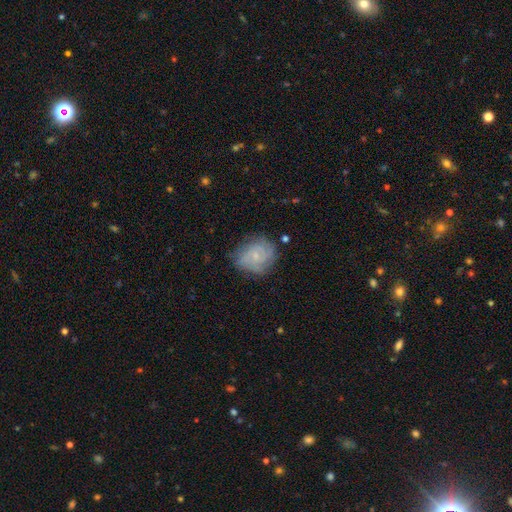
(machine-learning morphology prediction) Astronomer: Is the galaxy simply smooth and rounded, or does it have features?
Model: featured or disk — 59%.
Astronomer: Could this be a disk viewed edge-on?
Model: no — 98%.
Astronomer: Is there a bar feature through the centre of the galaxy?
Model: no — 68%.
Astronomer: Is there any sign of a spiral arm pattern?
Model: yes — 87%.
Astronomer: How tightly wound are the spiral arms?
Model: tight — 55% (runner-up: medium, 34%).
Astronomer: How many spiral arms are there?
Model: can't tell — 41% (runner-up: 2, 21%).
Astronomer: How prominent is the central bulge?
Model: small — 67%.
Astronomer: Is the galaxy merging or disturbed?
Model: none — 71%.